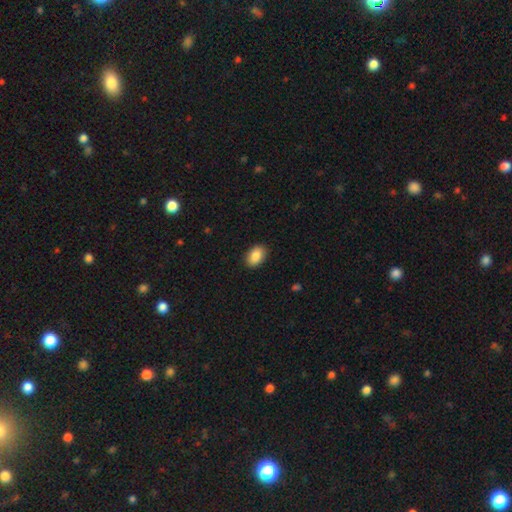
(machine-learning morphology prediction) Overall: smooth (88%). How rounded: in between (87%). Merging: none (89%).